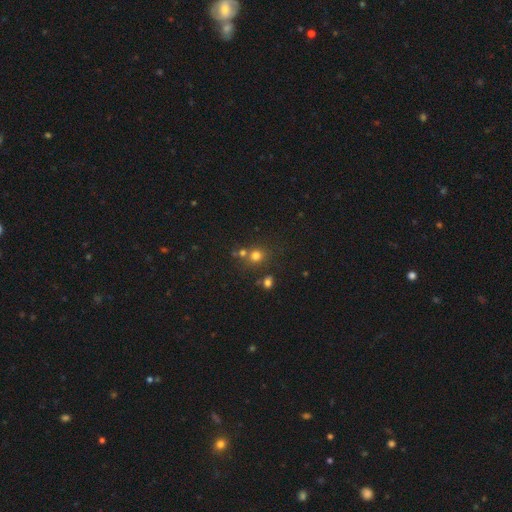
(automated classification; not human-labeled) Smooth or featured?
  - smooth: 73% *
  - star or artifact: 19%
  - featured or disk: 8%
How rounded?
  - round: 83% *
  - in between: 16%
  - cigar-shaped: 1%
Merging?
  - none: 63% *
  - merger: 23%
  - minor disturbance: 10%
  - major disturbance: 4%